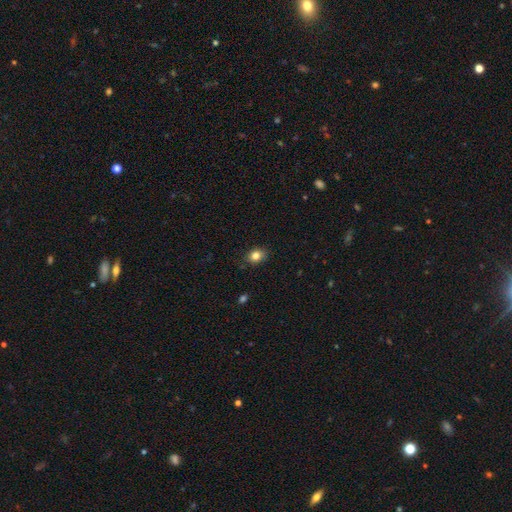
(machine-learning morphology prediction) type=smooth (82%); roundness=in between (56%); merging=none (85%).